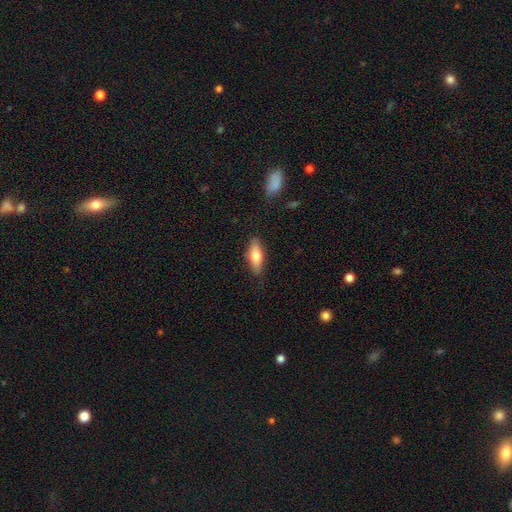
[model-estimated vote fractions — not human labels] A smooth galaxy with no disk features (70%) that is in between round and cigar-shaped (65%). Merging: none (83%).